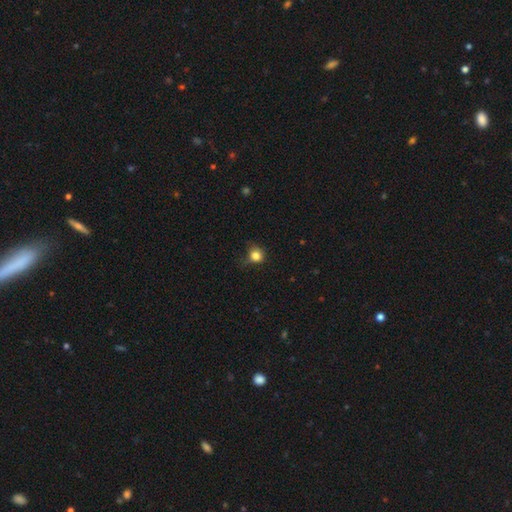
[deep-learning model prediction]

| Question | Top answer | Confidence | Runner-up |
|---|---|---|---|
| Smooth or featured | smooth | 82% | star or artifact (12%) |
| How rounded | round | 82% | in between (17%) |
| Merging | none | 59% | minor disturbance (28%) |